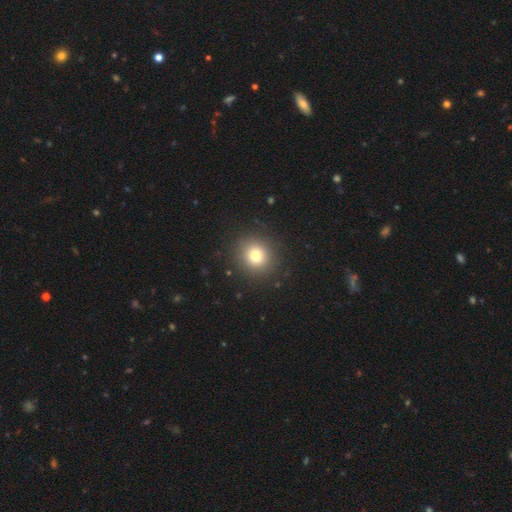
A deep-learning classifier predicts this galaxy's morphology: Smooth or featured?
  - smooth: 79% *
  - star or artifact: 13%
  - featured or disk: 8%
How rounded?
  - round: 88% *
  - in between: 11%
  - cigar-shaped: 1%
Merging?
  - none: 90% *
  - minor disturbance: 6%
  - major disturbance: 3%
  - merger: 1%